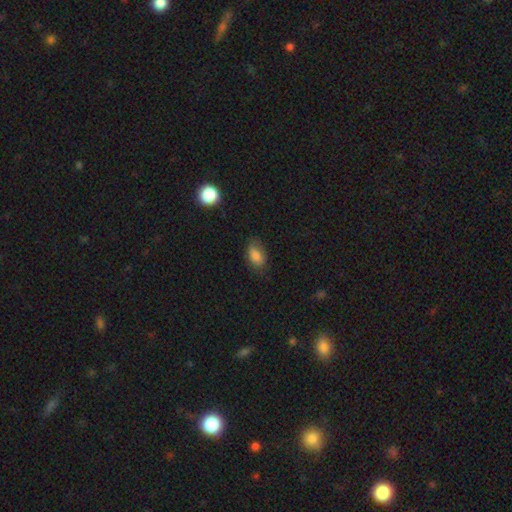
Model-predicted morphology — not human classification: smooth 83%, star or artifact 9%, featured or disk 8%. Down the decision tree: how rounded — in between (90%); merging — none (70%).